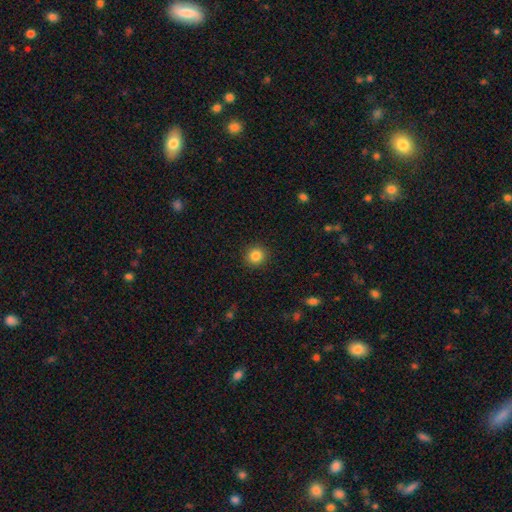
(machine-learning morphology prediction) Overall: smooth (85%). How rounded: round (92%). Merging: none (92%).